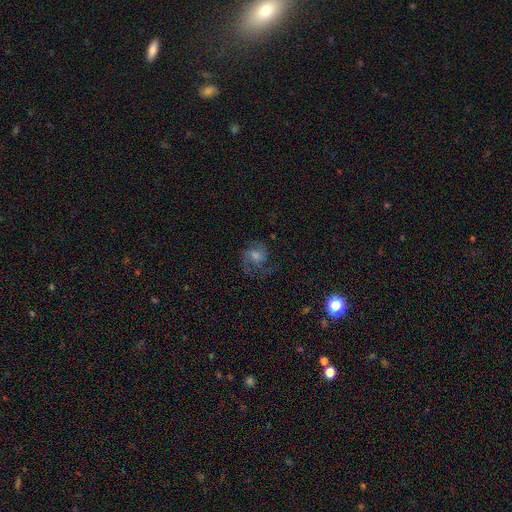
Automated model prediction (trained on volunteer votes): Morphology: type=featured or disk (63%); edge-on=no (97%); bar=no (64%); spiral arms=yes (91%); winding=medium (50%); arm count=2 (42%); bulge=moderate (56%); merging=none (63%).